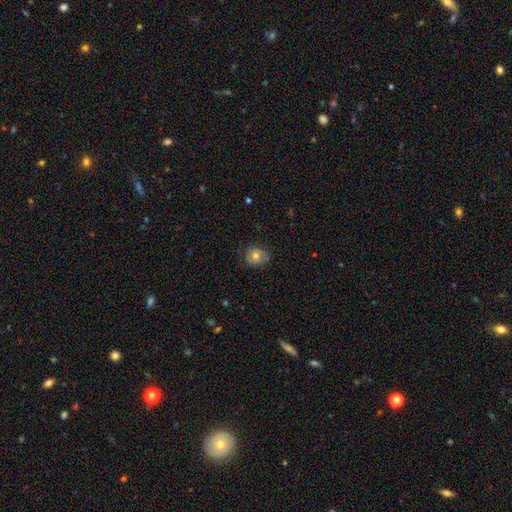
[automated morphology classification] Q: Smooth or featured?
A: smooth (70%); runner-up: featured or disk (20%)
Q: How rounded?
A: round (77%); runner-up: in between (22%)
Q: Merging?
A: none (76%); runner-up: minor disturbance (18%)